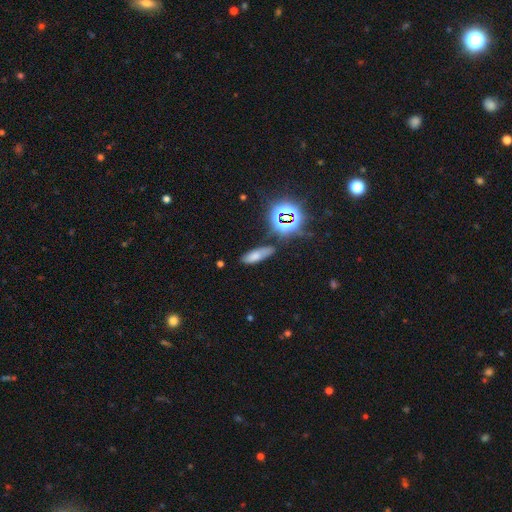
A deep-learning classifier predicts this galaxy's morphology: Smooth or featured?
  - smooth: 64% *
  - star or artifact: 22%
  - featured or disk: 13%
How rounded?
  - in between: 53% *
  - cigar-shaped: 41%
  - round: 6%
Merging?
  - none: 72% *
  - minor disturbance: 16%
  - merger: 6%
  - major disturbance: 6%